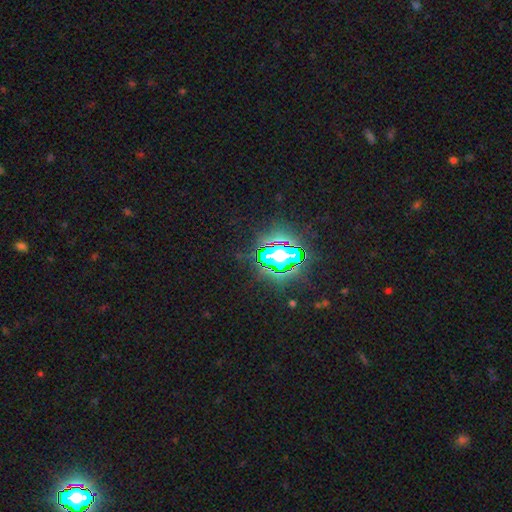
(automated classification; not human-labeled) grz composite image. It shows a star or artifact, not a galaxy (75%).